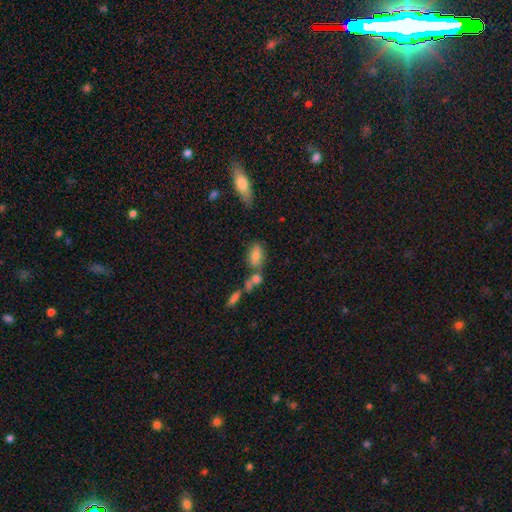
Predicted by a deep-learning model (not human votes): smooth_or_featured: smooth (p=0.74) [alt: featured or disk p=0.17]
how_rounded: in between (p=0.84) [alt: cigar-shaped p=0.10]
merging: none (p=0.49) [alt: merger p=0.29]